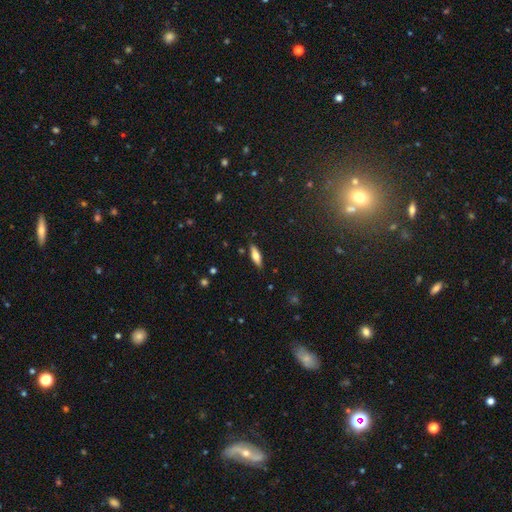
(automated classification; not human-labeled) smooth_or_featured: smooth (p=0.63) [alt: featured or disk p=0.30]
how_rounded: in between (p=0.51) [alt: cigar-shaped p=0.47]
merging: none (p=0.85) [alt: minor disturbance p=0.11]